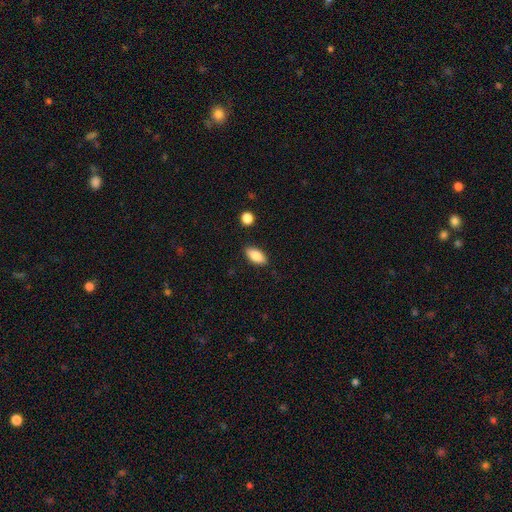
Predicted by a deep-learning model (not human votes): Smooth or featured: smooth — 85% (featured or disk — 7%)
How rounded: in between — 91% (cigar-shaped — 6%)
Merging: none — 87% (minor disturbance — 9%)